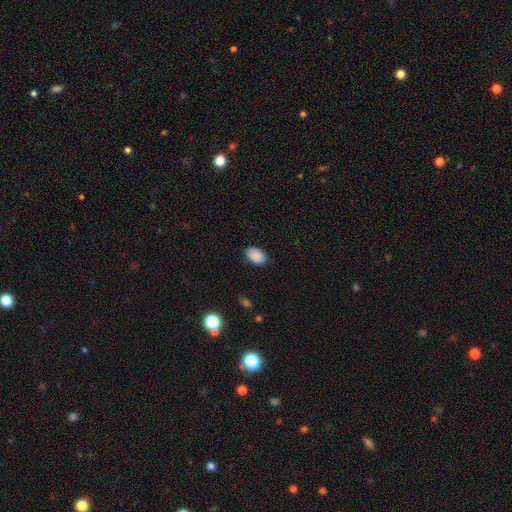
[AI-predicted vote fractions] Morphology: type=smooth (90%); roundness=in between (88%); merging=none (86%).